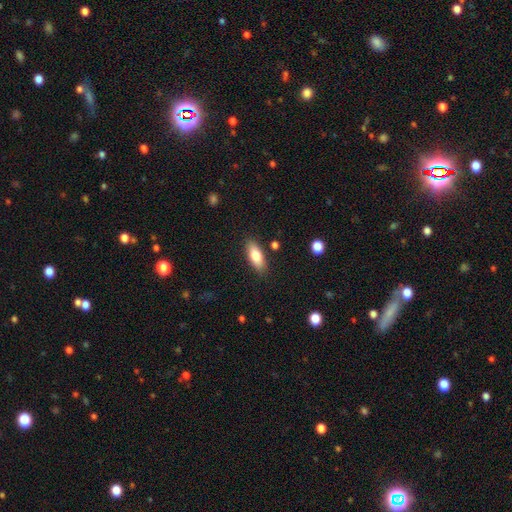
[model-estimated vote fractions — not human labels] Q: Smooth or featured?
A: smooth (79%); runner-up: featured or disk (15%)
Q: How rounded?
A: in between (79%); runner-up: cigar-shaped (18%)
Q: Merging?
A: none (86%); runner-up: minor disturbance (10%)